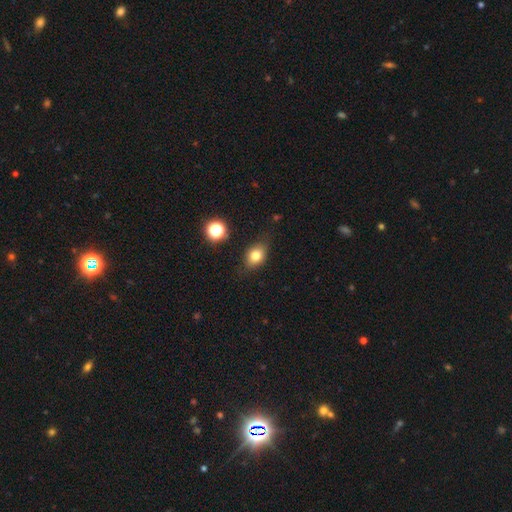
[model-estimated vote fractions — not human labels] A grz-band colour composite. It shows a smooth galaxy with no disk features (76%) that is in between round and cigar-shaped (65%). Merging: none (76%).